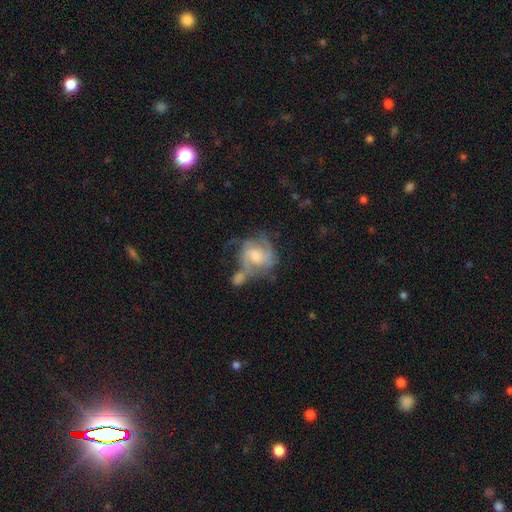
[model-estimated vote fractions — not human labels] Smooth or featured? Predicted: featured or disk (p=0.82). Edge-on disk? Predicted: no (p=0.98). Bar? Predicted: no (p=0.55). Spiral arms? Predicted: yes (p=0.93). Spiral winding? Predicted: medium (p=0.44). Spiral arm count? Predicted: 2 (p=0.40). Bulge size? Predicted: moderate (p=0.51). Merging? Predicted: none (p=0.37).